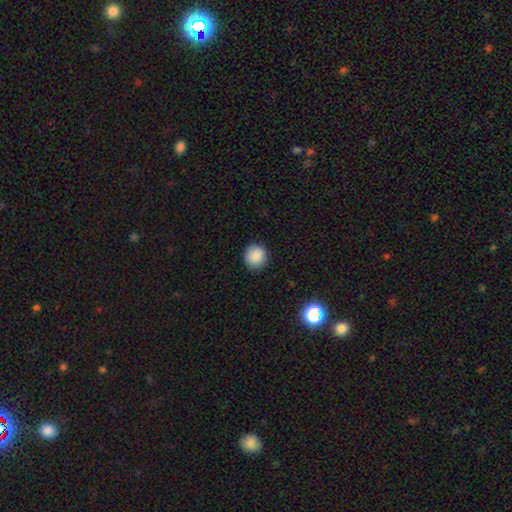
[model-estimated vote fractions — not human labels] Smooth or featured? Predicted: smooth (p=0.88). How rounded? Predicted: round (p=0.92). Merging? Predicted: none (p=0.91).